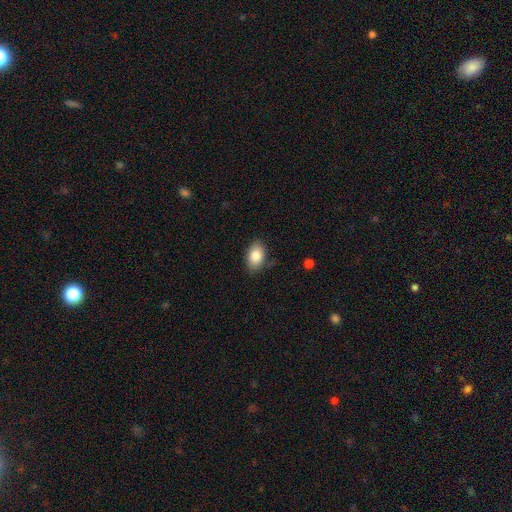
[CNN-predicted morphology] This appears to be a smooth galaxy with no disk features (84%) that is in between round and cigar-shaped (89%). Merging: none (83%).